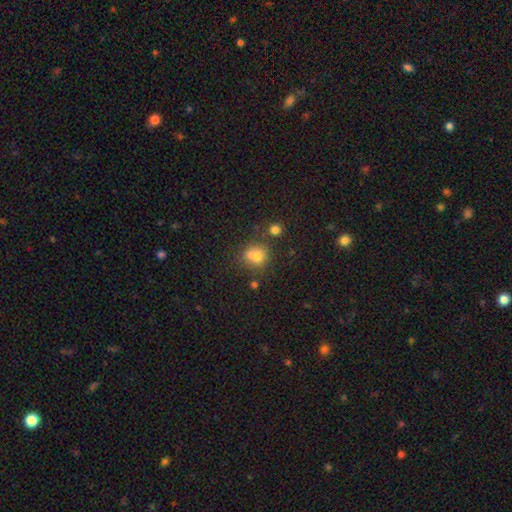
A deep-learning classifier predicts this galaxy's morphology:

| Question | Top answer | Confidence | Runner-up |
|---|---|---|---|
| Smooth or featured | smooth | 74% | star or artifact (15%) |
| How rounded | round | 59% | in between (39%) |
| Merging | none | 51% | merger (24%) |